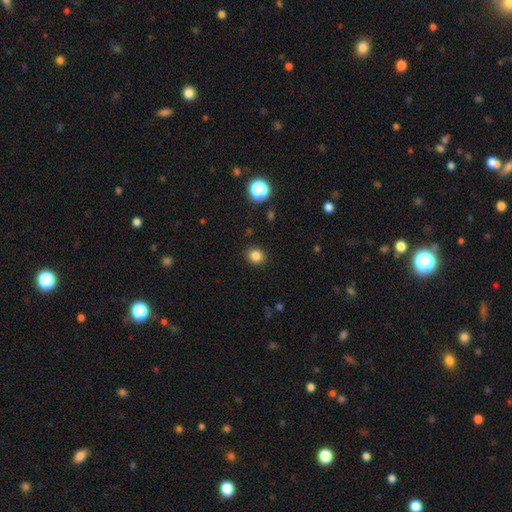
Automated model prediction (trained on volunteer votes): This is clearly a smooth galaxy (83%). How rounded: clearly round (83%). Merging: clearly none (90%).